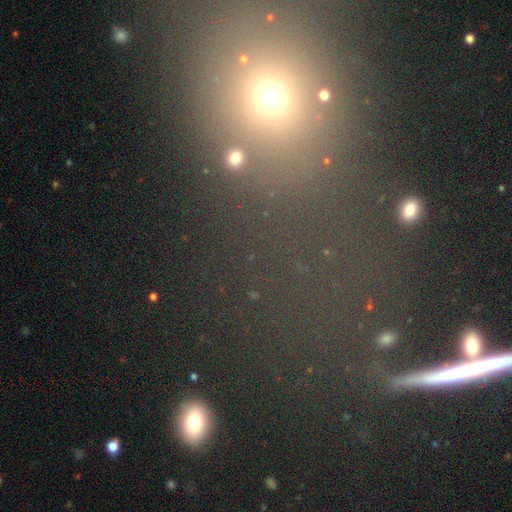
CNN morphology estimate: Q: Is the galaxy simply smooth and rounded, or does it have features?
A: smooth — 45%.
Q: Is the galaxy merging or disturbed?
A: none — 74%.